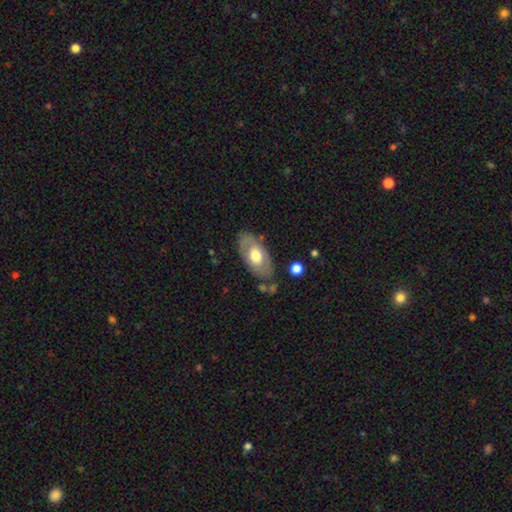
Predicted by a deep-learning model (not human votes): A smooth galaxy with no disk features (50%) that is in between round and cigar-shaped (91%). Merging: none (73%).